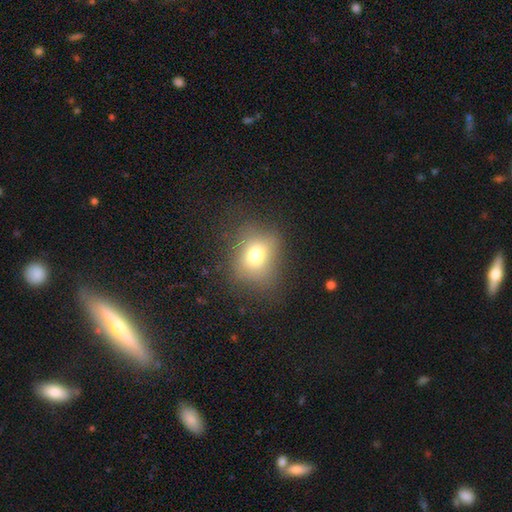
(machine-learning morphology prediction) A smooth galaxy with no disk features (72%) that is round (61%).

Vote fractions:
- Smooth or featured? smooth: 72% / star or artifact: 15% / featured or disk: 13%
- How rounded? round: 61% / in between: 38% / cigar-shaped: 1%
- Merging? none: 73% / minor disturbance: 16% / major disturbance: 9% / merger: 1%